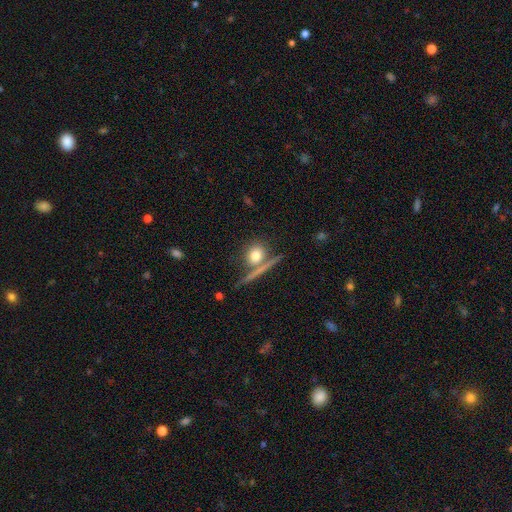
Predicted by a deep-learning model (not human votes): A smooth galaxy with no disk features (70%) that is round (73%). Merging: none (63%).